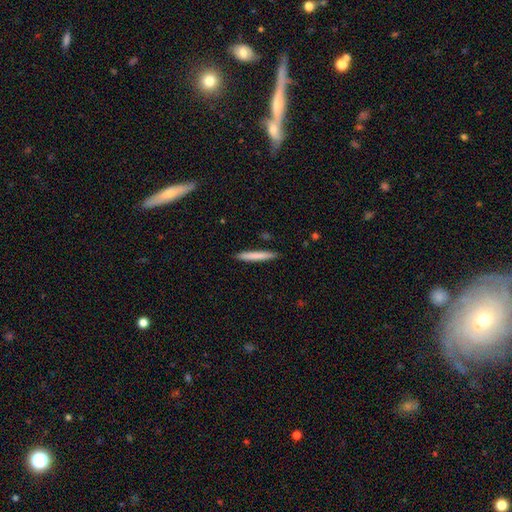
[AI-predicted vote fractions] Morphology: type=smooth (78%); roundness=cigar-shaped (96%); merging=none (90%).